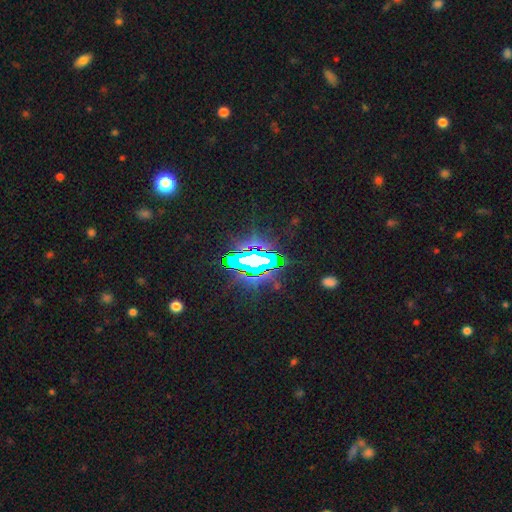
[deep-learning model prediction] Morphology: type=star or artifact (78%).